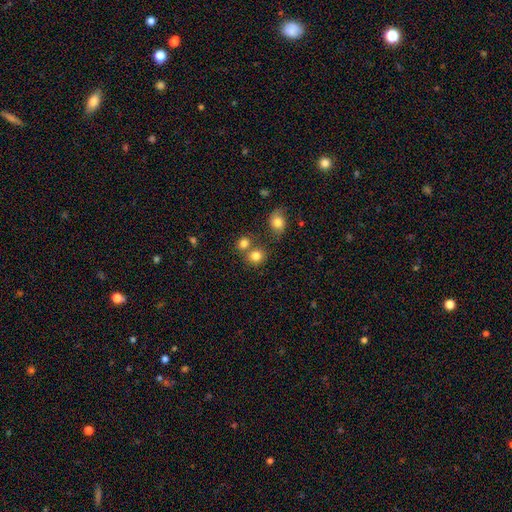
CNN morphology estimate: type=smooth (81%); roundness=round (81%); merging=none (60%).